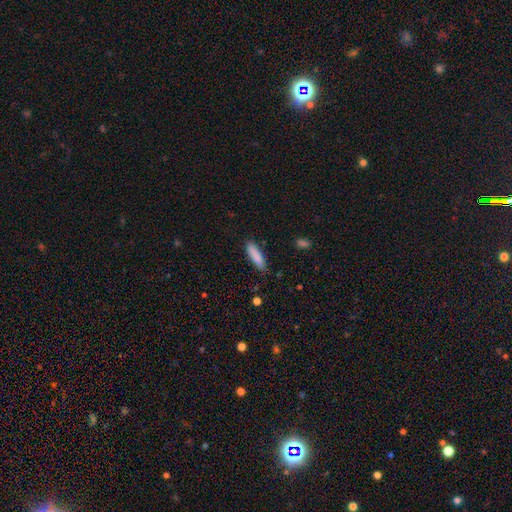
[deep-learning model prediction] Smooth or featured? smooth (87%)
How rounded? cigar-shaped (68%)
Merging? none (83%)